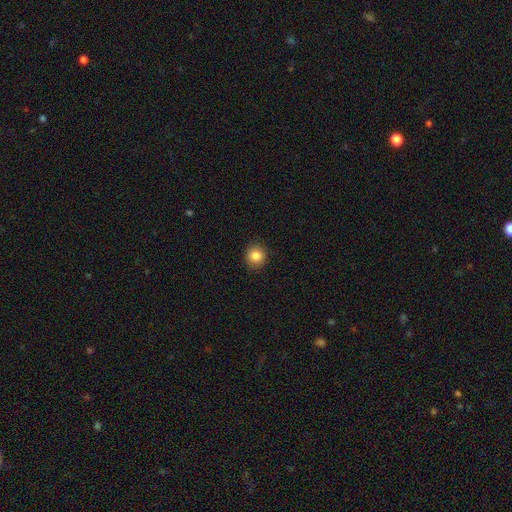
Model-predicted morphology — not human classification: Smooth or featured: smooth — 85% (star or artifact — 10%)
How rounded: round — 88% (in between — 11%)
Merging: none — 90% (minor disturbance — 7%)